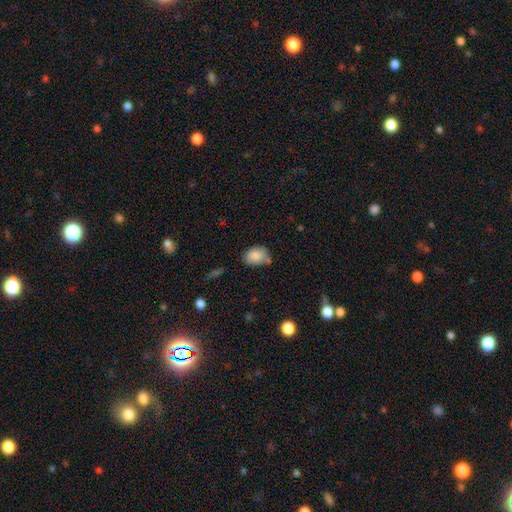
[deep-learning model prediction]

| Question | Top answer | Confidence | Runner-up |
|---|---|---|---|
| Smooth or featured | smooth | 86% | star or artifact (8%) |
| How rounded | in between | 76% | round (22%) |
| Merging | none | 57% | minor disturbance (27%) |